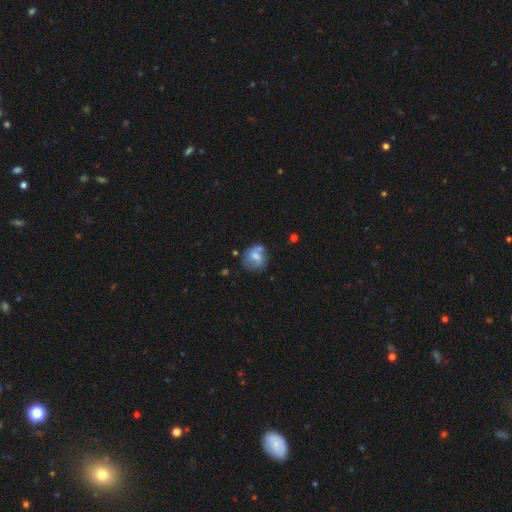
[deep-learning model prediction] The model was most divided on "smooth or featured": smooth: 48%, featured or disk: 43%, star or artifact: 9%. More confident: merging — none (53%).